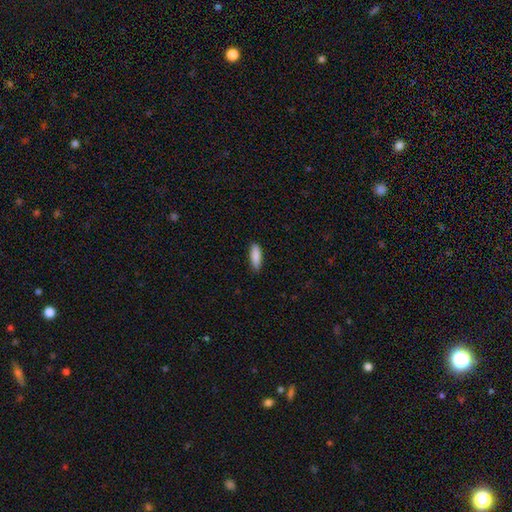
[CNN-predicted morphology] smooth-or-featured: smooth: 88% | star or artifact: 6% | featured or disk: 6%
  how-rounded: in between: 54% | cigar-shaped: 45% | round: 2%
  merging: none: 87% | minor disturbance: 10% | major disturbance: 2% | merger: 1%